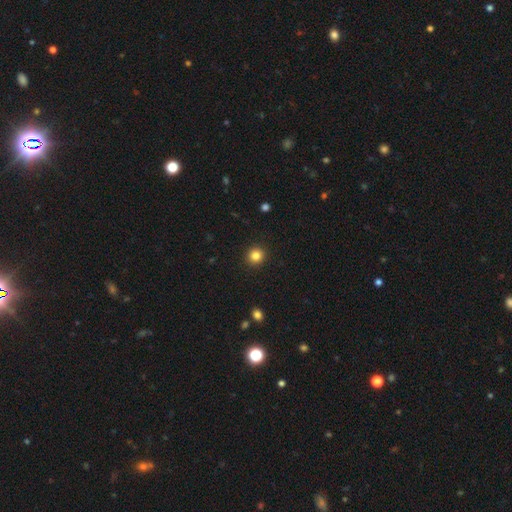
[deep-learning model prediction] Morphology: type=smooth (84%); roundness=round (93%); merging=none (93%).